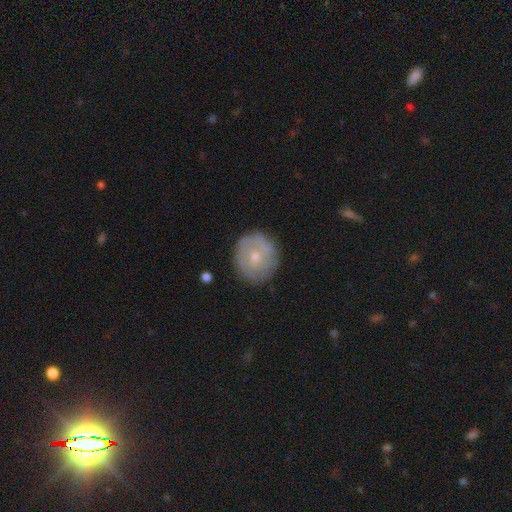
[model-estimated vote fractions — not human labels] smooth 47%, featured or disk 46%, star or artifact 8%. Down the decision tree: merging — none (80%).